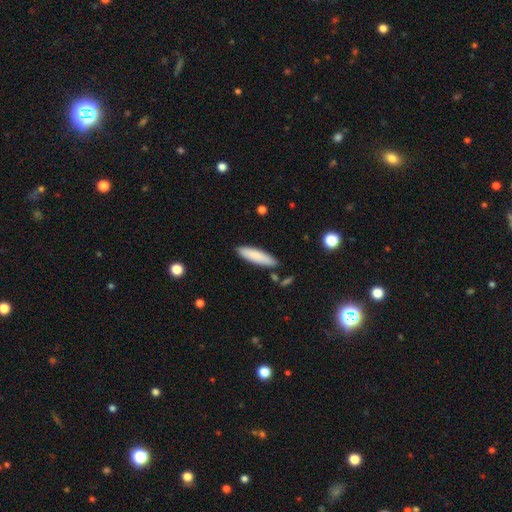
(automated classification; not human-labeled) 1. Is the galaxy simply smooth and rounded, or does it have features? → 84% smooth, 10% featured or disk, 6% star or artifact.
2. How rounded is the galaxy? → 72% cigar-shaped, 27% in between, 1% round.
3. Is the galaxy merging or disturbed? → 86% none, 10% minor disturbance, 3% merger, 2% major disturbance.